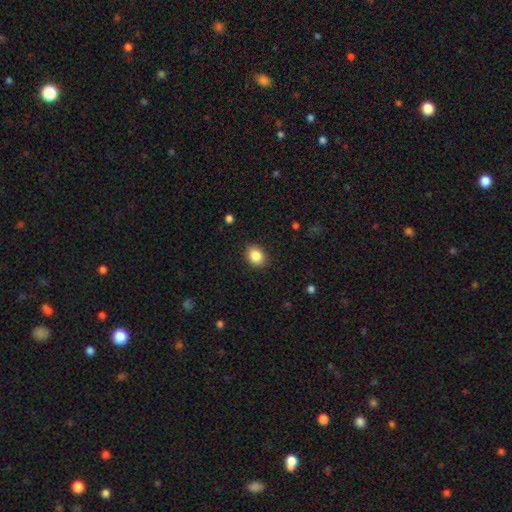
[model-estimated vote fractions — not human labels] Smooth or featured? smooth (87%)
How rounded? in between (52%)
Merging? none (87%)